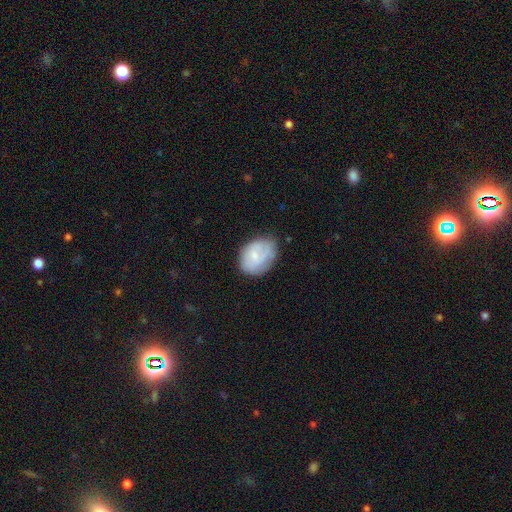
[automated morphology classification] This appears to be a smooth galaxy with no disk features (56%) that is in between round and cigar-shaped (69%). Merging: none (60%).